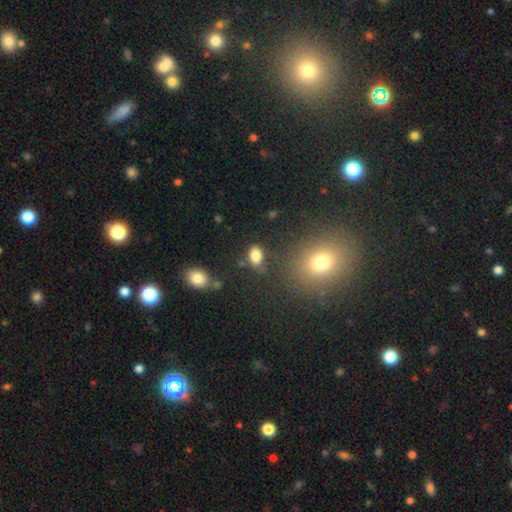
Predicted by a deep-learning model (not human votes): Smooth or featured?
  - smooth: 84% *
  - star or artifact: 10%
  - featured or disk: 6%
How rounded?
  - in between: 86% *
  - round: 12%
  - cigar-shaped: 2%
Merging?
  - none: 73% *
  - minor disturbance: 16%
  - merger: 6%
  - major disturbance: 5%